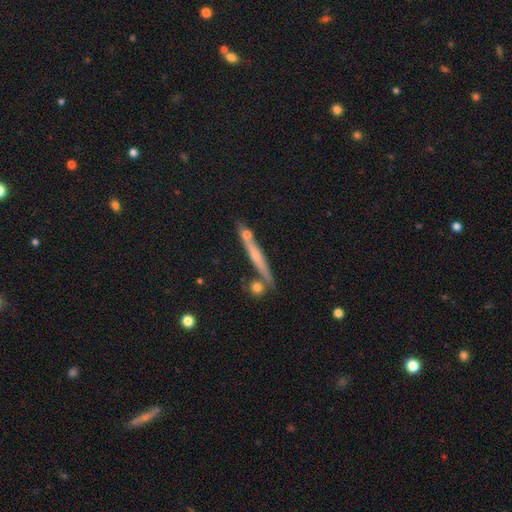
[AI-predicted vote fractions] The model was most divided on "smooth or featured": featured or disk: 52%, smooth: 40%, star or artifact: 8%. More confident: edge-on disk — yes (94%); merging — none (77%).